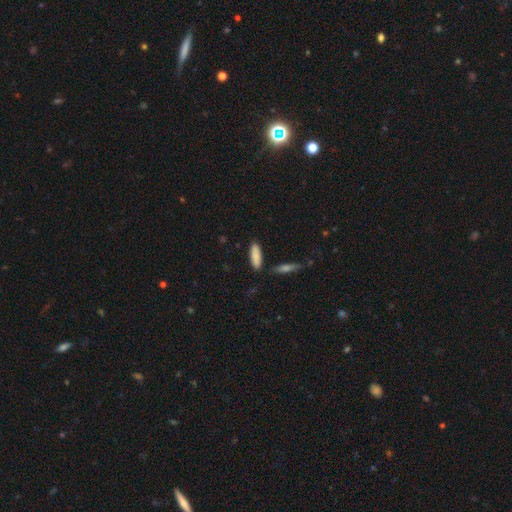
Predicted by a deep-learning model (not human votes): A smooth galaxy with no disk features (86%) that is in between round and cigar-shaped (57%).

Vote fractions:
- Smooth or featured? smooth: 86% / featured or disk: 8% / star or artifact: 6%
- How rounded? in between: 57% / cigar-shaped: 41% / round: 2%
- Merging? none: 82% / minor disturbance: 10% / merger: 5% / major disturbance: 2%